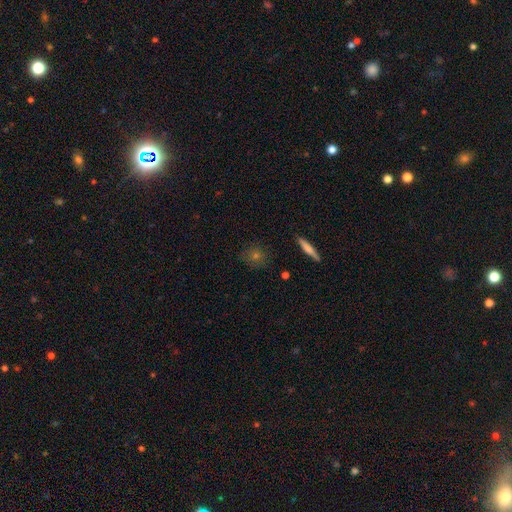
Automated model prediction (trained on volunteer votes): smooth 58%, featured or disk 24%, star or artifact 18%. Down the decision tree: how rounded — round (76%); merging — none (86%).